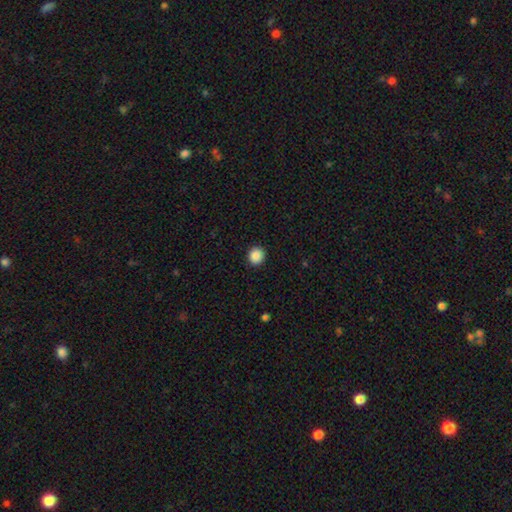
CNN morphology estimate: Overall: smooth (88%). How rounded: round (90%). Merging: none (92%).